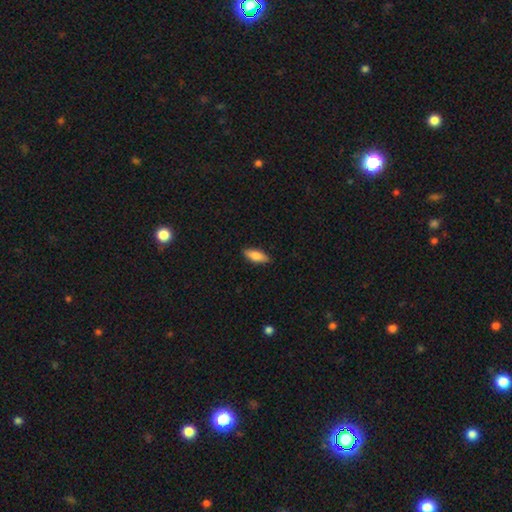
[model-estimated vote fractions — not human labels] A smooth galaxy with no disk features (79%) that is in between round and cigar-shaped (68%).

Vote fractions:
- Smooth or featured? smooth: 79% / featured or disk: 15% / star or artifact: 6%
- How rounded? in between: 68% / cigar-shaped: 30% / round: 2%
- Merging? none: 87% / minor disturbance: 10% / major disturbance: 2% / merger: 1%